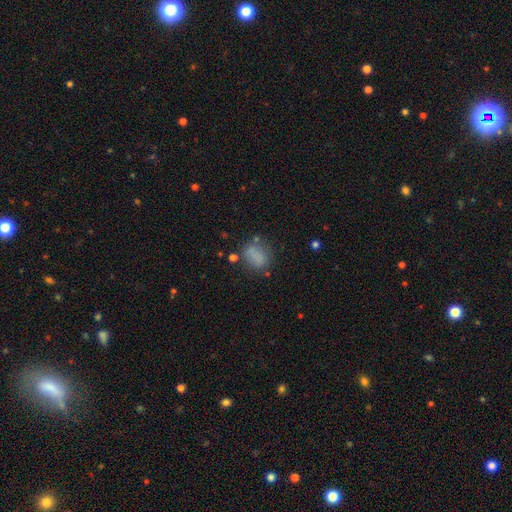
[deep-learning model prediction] A smooth galaxy with no disk features (77%) that is in between round and cigar-shaped (59%).

Vote fractions:
- Smooth or featured? smooth: 77% / star or artifact: 12% / featured or disk: 11%
- How rounded? in between: 59% / round: 39% / cigar-shaped: 2%
- Merging? none: 63% / minor disturbance: 20% / major disturbance: 10% / merger: 7%